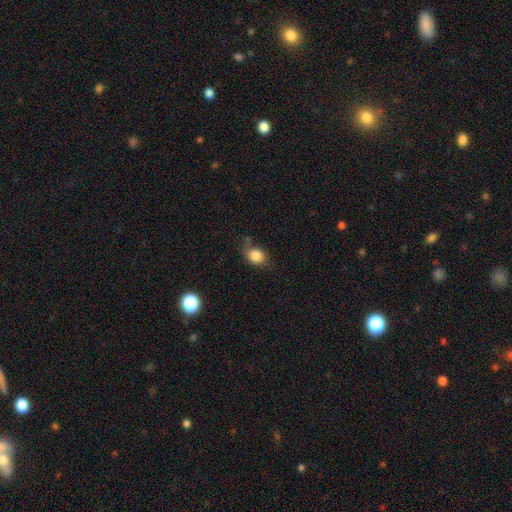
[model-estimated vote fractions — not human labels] A smooth galaxy with no disk features (84%) that is in between round and cigar-shaped (51%).

Vote fractions:
- Smooth or featured? smooth: 84% / star or artifact: 10% / featured or disk: 7%
- How rounded? in between: 51% / round: 48% / cigar-shaped: 1%
- Merging? none: 60% / minor disturbance: 27% / major disturbance: 9% / merger: 4%